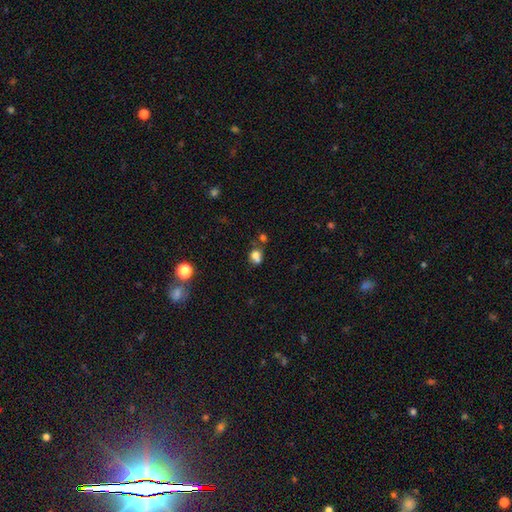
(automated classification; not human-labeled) This appears to be a smooth galaxy with no disk features (74%) that is round (55%). Merging: none (40%).